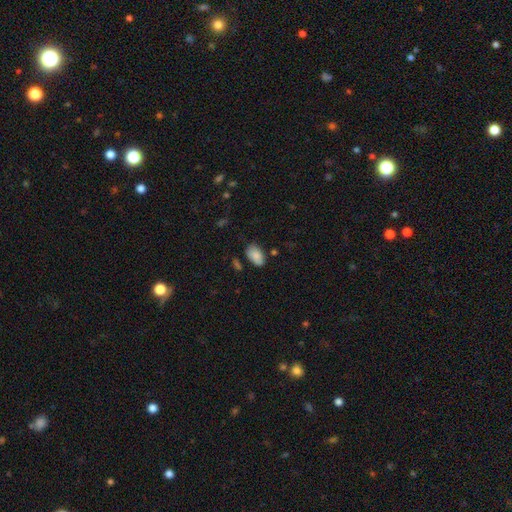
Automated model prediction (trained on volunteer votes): smooth_or_featured: smooth (p=0.87) [alt: star or artifact p=0.07]
how_rounded: in between (p=0.93) [alt: round p=0.05]
merging: none (p=0.73) [alt: minor disturbance p=0.19]